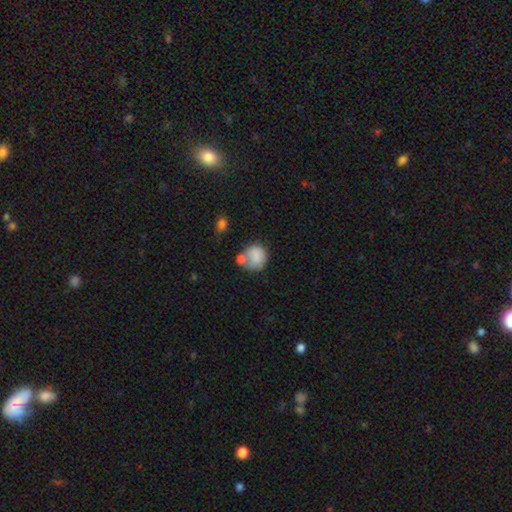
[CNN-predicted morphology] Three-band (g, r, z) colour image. It shows a smooth galaxy with no disk features (80%) that is round (78%). Merging: none (44%).